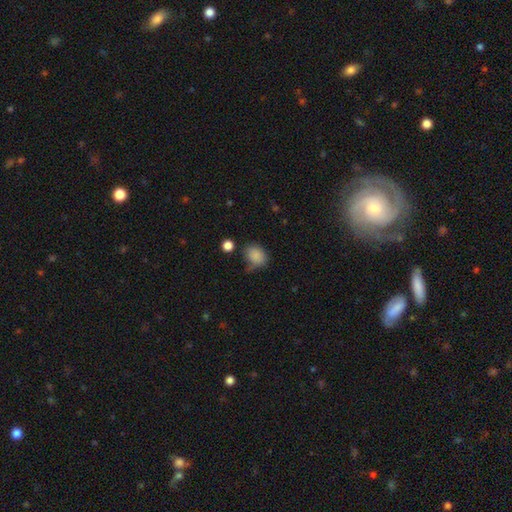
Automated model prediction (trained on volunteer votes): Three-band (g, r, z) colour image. It shows a smooth galaxy with no disk features (85%) that is in between round and cigar-shaped (58%). Merging: none (60%).